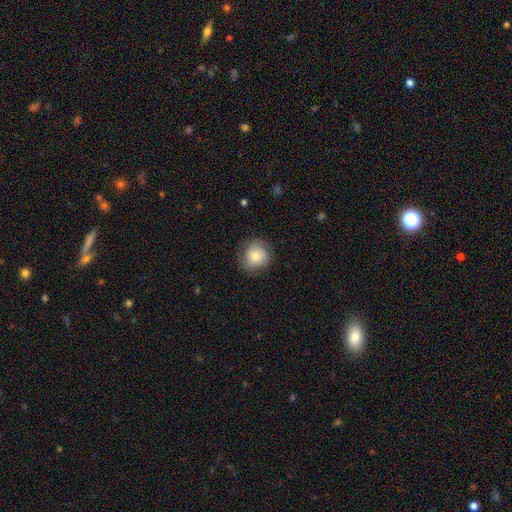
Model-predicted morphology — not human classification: smooth 61%, featured or disk 30%, star or artifact 8%. Down the decision tree: how rounded — round (86%); merging — none (78%).